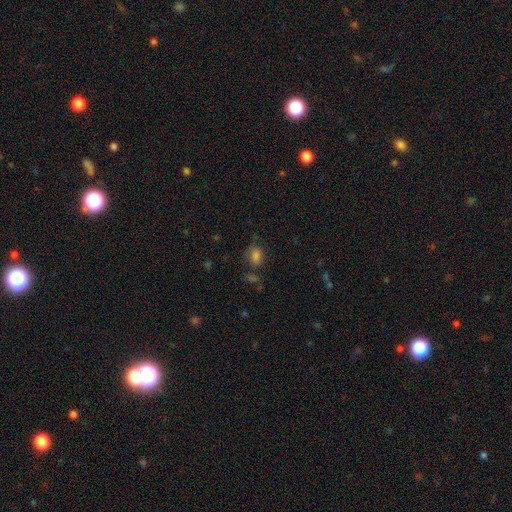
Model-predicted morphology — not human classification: smooth 75%, star or artifact 16%, featured or disk 8%. Down the decision tree: how rounded — in between (71%); merging — none (62%).